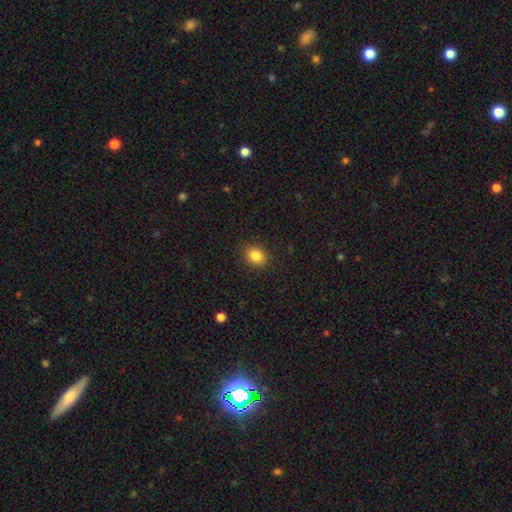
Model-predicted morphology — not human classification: A smooth galaxy with no disk features (84%) that is round (58%). Merging: none (89%).